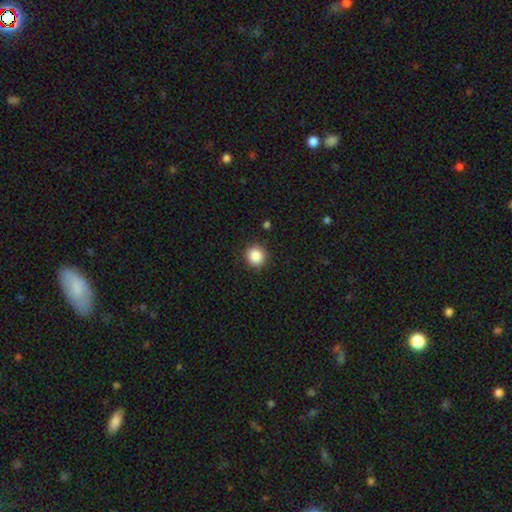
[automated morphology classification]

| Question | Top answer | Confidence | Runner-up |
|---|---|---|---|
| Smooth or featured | smooth | 87% | star or artifact (10%) |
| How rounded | round | 91% | in between (8%) |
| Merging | none | 89% | minor disturbance (7%) |